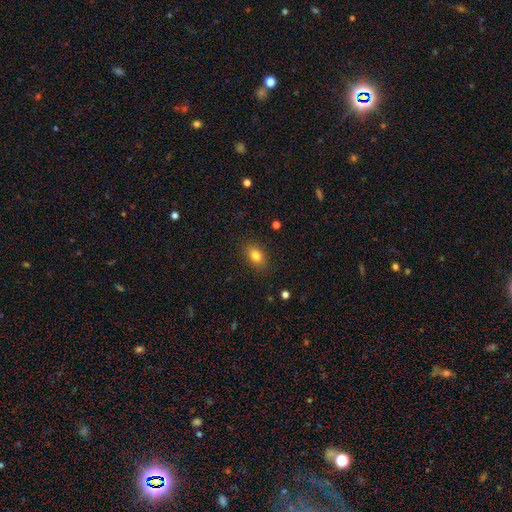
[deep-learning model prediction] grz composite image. It shows a smooth galaxy with no disk features (82%) that is in between round and cigar-shaped (83%). Merging: none (87%).